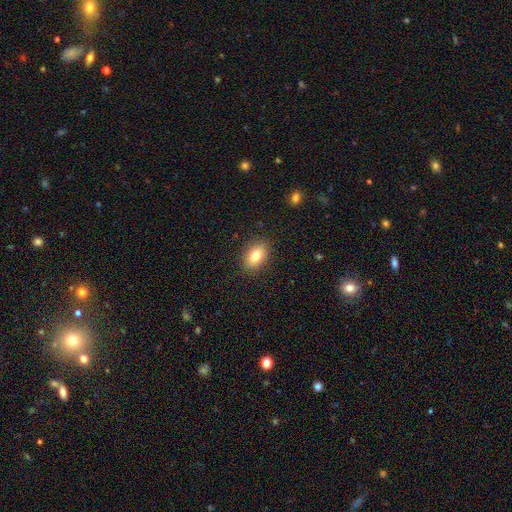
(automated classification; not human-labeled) This appears to be a smooth galaxy with no disk features (79%) that is in between round and cigar-shaped (83%). Merging: none (88%).